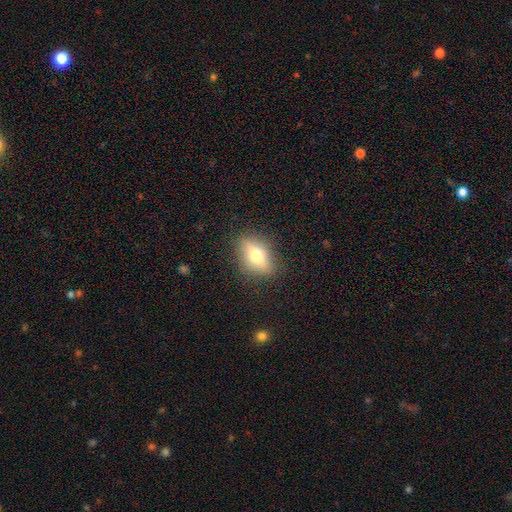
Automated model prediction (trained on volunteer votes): This appears to be a smooth galaxy with no disk features (54%) that is in between round and cigar-shaped (68%). Merging: none (84%).